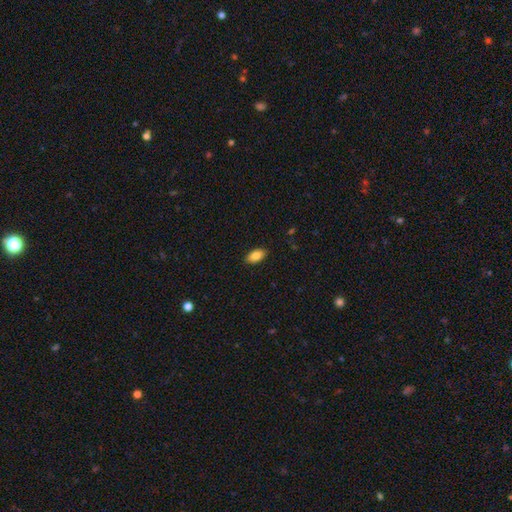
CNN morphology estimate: This is clearly a smooth galaxy (84%). How rounded: clearly in between (92%). Merging: clearly none (88%).